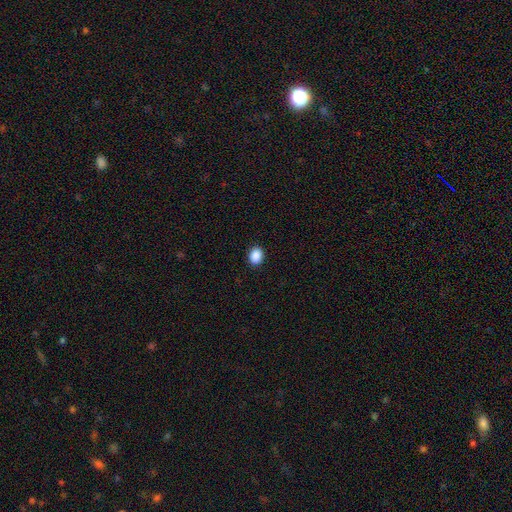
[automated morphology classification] This is clearly a smooth galaxy (89%). How rounded: possibly in between (55%). Merging: clearly none (90%).